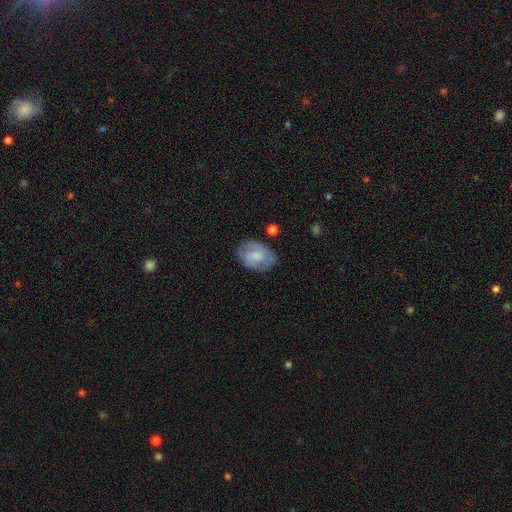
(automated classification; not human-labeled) Smooth or featured? smooth (52%)
How rounded? in between (76%)
Merging? none (71%)